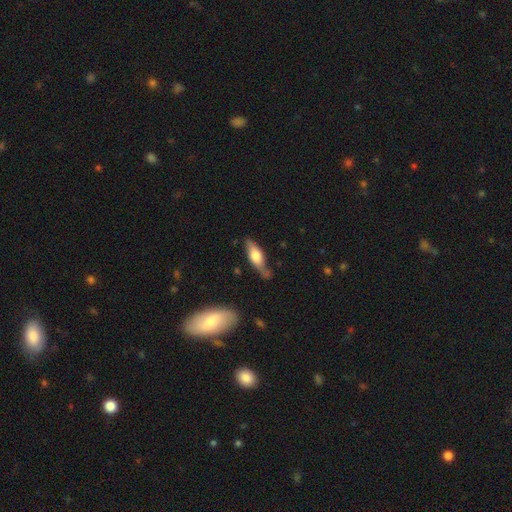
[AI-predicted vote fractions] smooth-or-featured: smooth: 52% | featured or disk: 42% | star or artifact: 6%
  how-rounded: in between: 55% | cigar-shaped: 42% | round: 3%
  merging: none: 60% | minor disturbance: 27% | major disturbance: 8% | merger: 5%